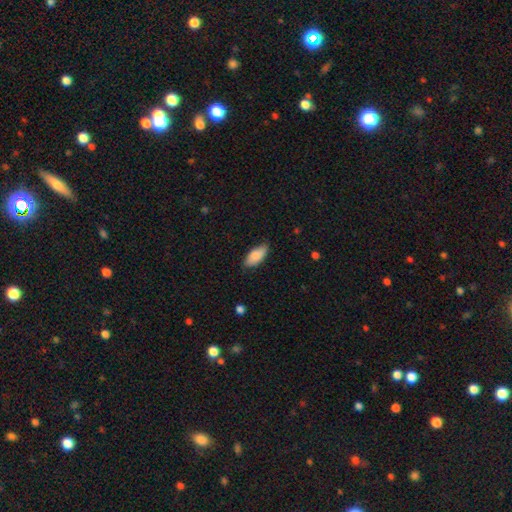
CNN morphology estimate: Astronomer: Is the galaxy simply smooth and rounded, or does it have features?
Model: smooth — 85%.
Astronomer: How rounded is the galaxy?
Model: in between — 87%.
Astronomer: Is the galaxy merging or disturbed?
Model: none — 78%.